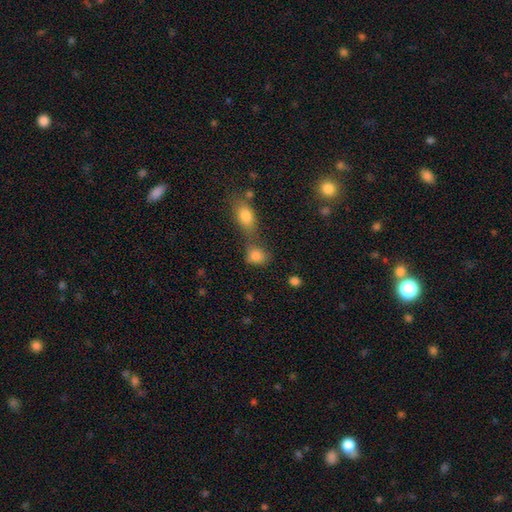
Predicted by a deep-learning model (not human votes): Smooth or featured? Predicted: smooth (p=0.83). How rounded? Predicted: in between (p=0.52). Merging? Predicted: none (p=0.44).